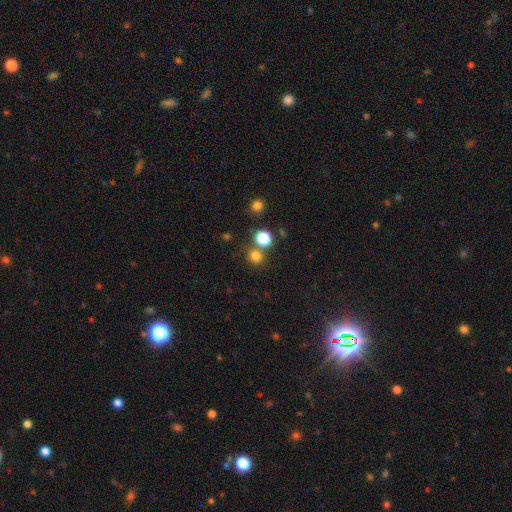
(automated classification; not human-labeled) smooth-or-featured: smooth: 77% | star or artifact: 18% | featured or disk: 5%
  how-rounded: round: 88% | in between: 11% | cigar-shaped: 1%
  merging: none: 72% | merger: 18% | minor disturbance: 7% | major disturbance: 3%